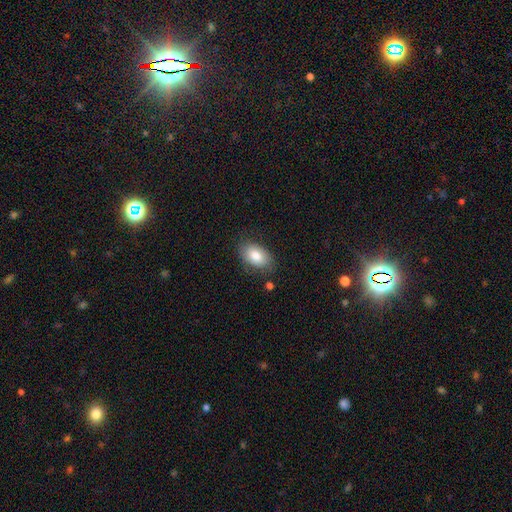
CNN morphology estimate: Smooth or featured?
  - smooth: 82% *
  - featured or disk: 11%
  - star or artifact: 7%
How rounded?
  - in between: 91% *
  - round: 7%
  - cigar-shaped: 1%
Merging?
  - none: 77% *
  - minor disturbance: 16%
  - major disturbance: 4%
  - merger: 2%